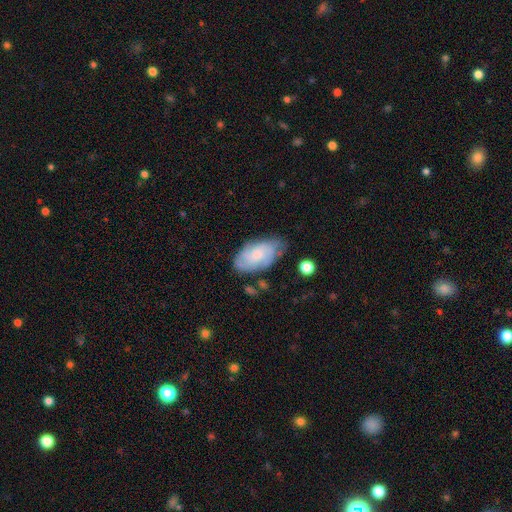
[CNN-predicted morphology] This appears to be a featured or disk galaxy (58%) with no bar (73%), spiral arms (88%) and a small central bulge (43%). Merging: none (66%).